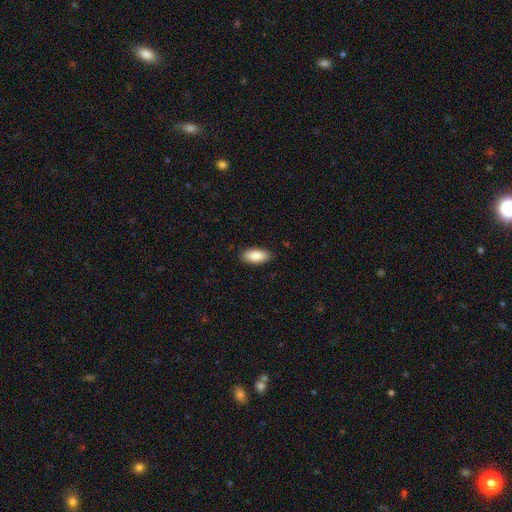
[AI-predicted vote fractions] Smooth or featured? Predicted: smooth (p=0.87). How rounded? Predicted: in between (p=0.90). Merging? Predicted: none (p=0.89).